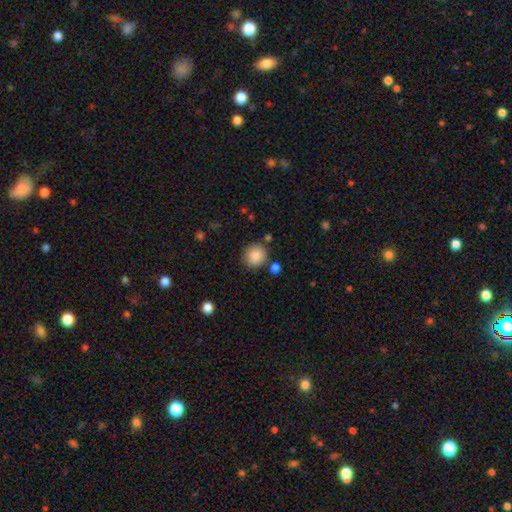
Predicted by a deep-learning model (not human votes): The model was most divided on "merging": none: 81%, minor disturbance: 10%, merger: 6%, major disturbance: 3%. More confident: smooth or featured — smooth (88%); how rounded — round (86%).